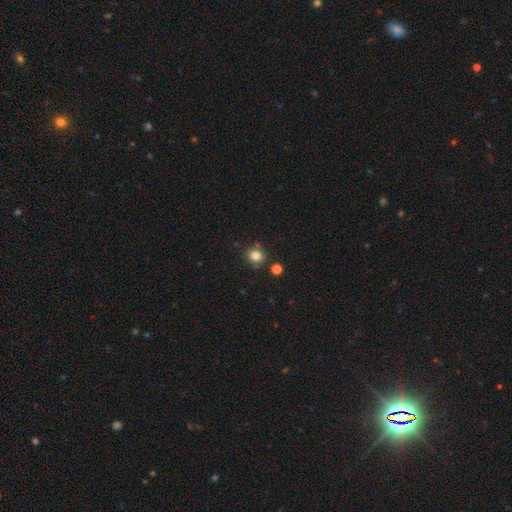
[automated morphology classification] Q: Smooth or featured?
A: smooth (81%); runner-up: star or artifact (13%)
Q: How rounded?
A: round (82%); runner-up: in between (17%)
Q: Merging?
A: none (80%); runner-up: minor disturbance (11%)